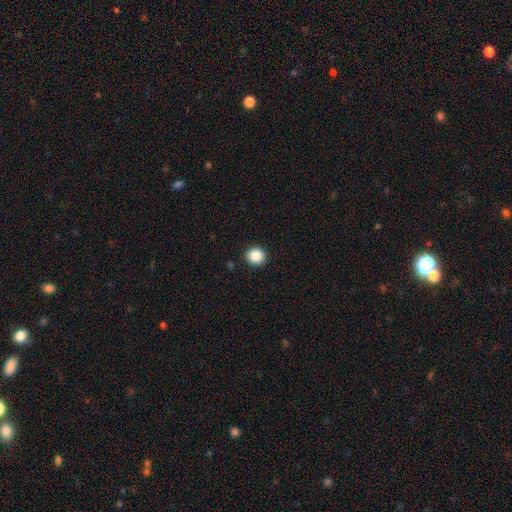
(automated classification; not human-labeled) Smooth or featured: smooth — 87% (star or artifact — 9%)
How rounded: round — 92% (in between — 7%)
Merging: none — 92% (minor disturbance — 5%)